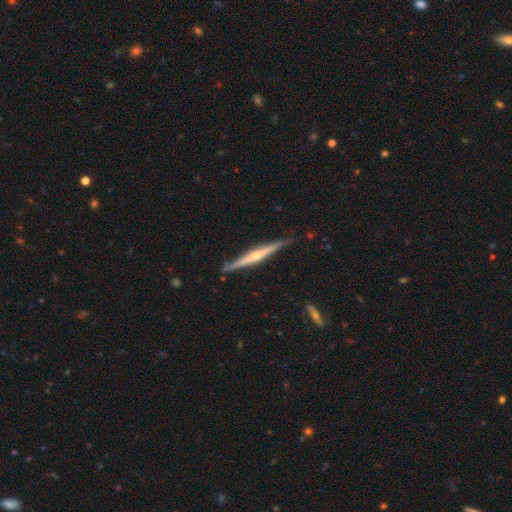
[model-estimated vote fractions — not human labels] Smooth or featured: featured or disk — 70% (smooth — 25%)
Edge-on disk: yes — 98% (no — 2%)
Edge-on bulge: rounded — 63% (none — 28%)
Merging: none — 85% (minor disturbance — 12%)